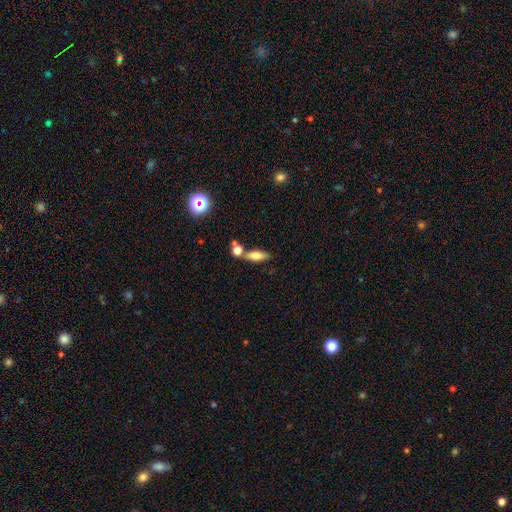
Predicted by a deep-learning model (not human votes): smooth 72%, featured or disk 18%, star or artifact 10%. Down the decision tree: how rounded — in between (64%); merging — none (61%).